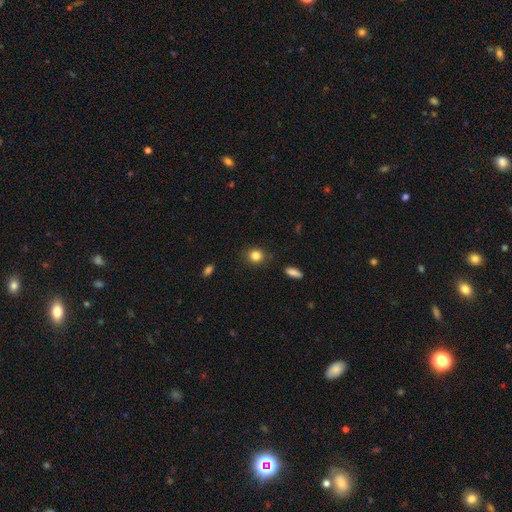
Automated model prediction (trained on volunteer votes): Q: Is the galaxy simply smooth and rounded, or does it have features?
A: smooth — 84%.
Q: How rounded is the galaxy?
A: round — 78%.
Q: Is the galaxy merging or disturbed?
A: none — 86%.